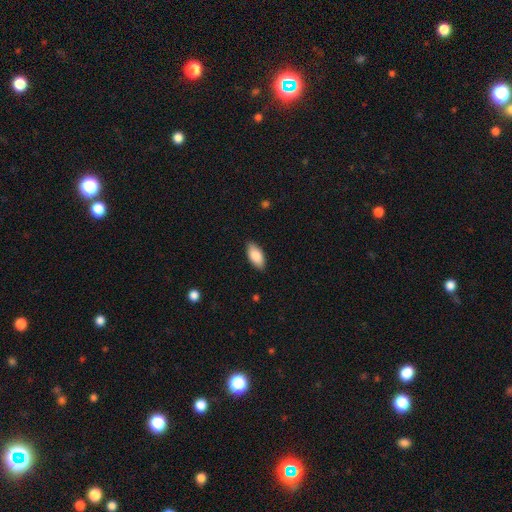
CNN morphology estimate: Smooth or featured? Predicted: smooth (p=0.86). How rounded? Predicted: in between (p=0.91). Merging? Predicted: none (p=0.87).